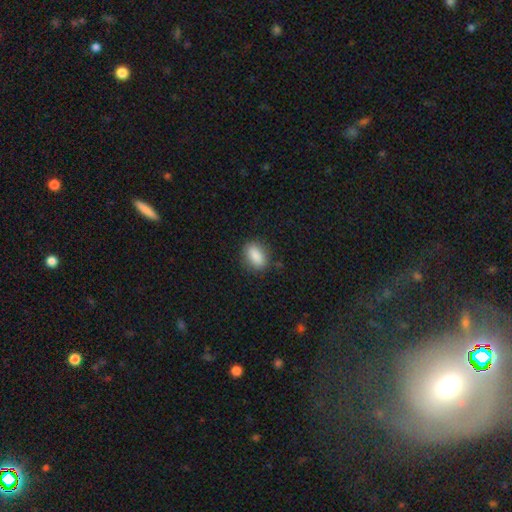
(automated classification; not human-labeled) A smooth galaxy with no disk features (87%) that is in between round and cigar-shaped (83%). Merging: none (84%).